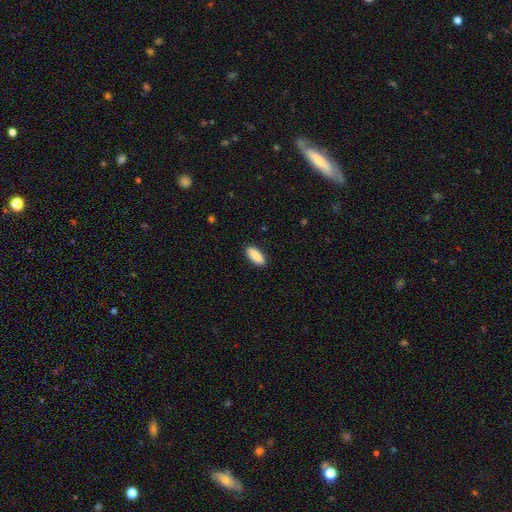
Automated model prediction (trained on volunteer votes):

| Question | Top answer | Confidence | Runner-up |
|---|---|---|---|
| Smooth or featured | smooth | 89% | star or artifact (6%) |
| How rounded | in between | 82% | cigar-shaped (16%) |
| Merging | none | 89% | minor disturbance (8%) |